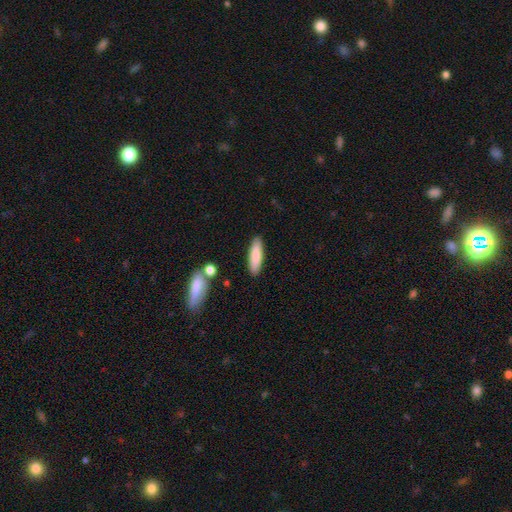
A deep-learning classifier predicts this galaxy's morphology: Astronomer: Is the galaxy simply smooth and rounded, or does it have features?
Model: smooth — 82%.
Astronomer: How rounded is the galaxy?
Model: cigar-shaped — 64%.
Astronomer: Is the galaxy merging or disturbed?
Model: none — 85%.